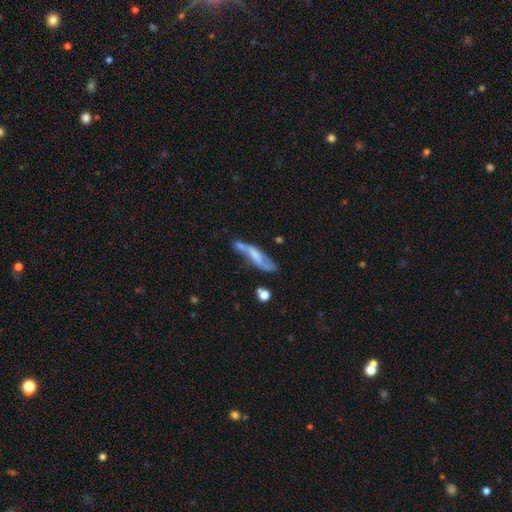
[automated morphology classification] The model was most divided on "merging": none: 37%, minor disturbance: 24%, merger: 23%, major disturbance: 17%. More confident: edge-on disk — no (72%); smooth or featured — featured or disk (55%).